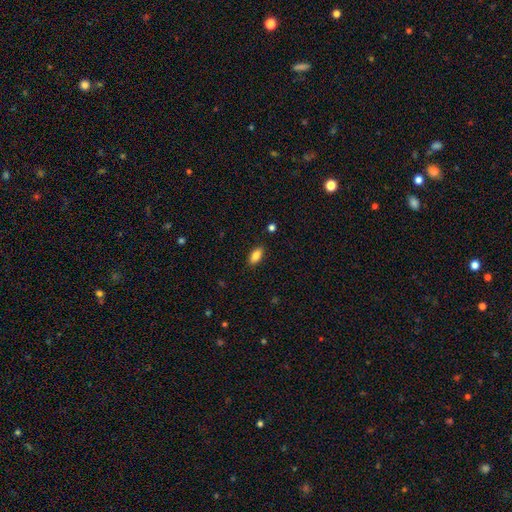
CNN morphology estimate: The model was most divided on "smooth or featured": smooth: 83%, featured or disk: 9%, star or artifact: 8%. More confident: how rounded — in between (89%); merging — none (88%).